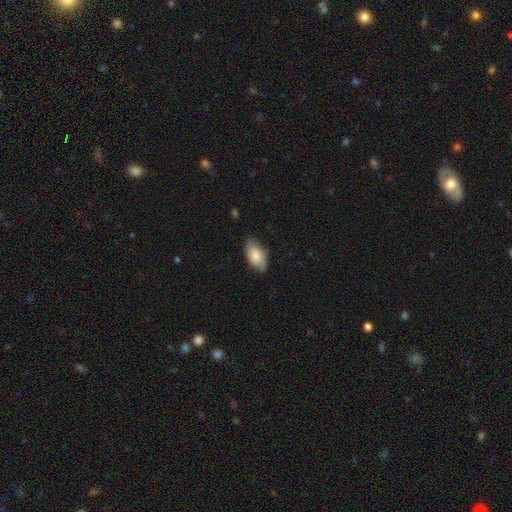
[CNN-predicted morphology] smooth 80%, featured or disk 14%, star or artifact 6%. Down the decision tree: how rounded — in between (93%); merging — none (75%).